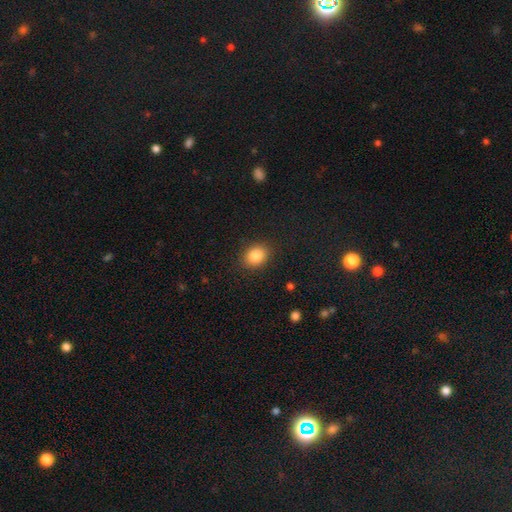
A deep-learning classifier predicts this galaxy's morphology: smooth-or-featured: smooth: 85% | star or artifact: 9% | featured or disk: 6%
  how-rounded: round: 50% | in between: 49% | cigar-shaped: 1%
  merging: none: 87% | minor disturbance: 9% | major disturbance: 3% | merger: 1%